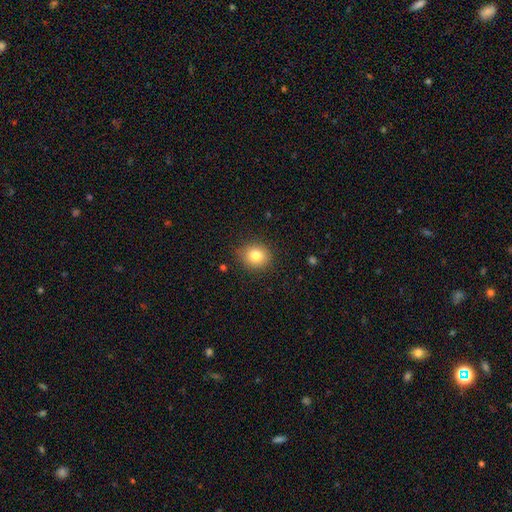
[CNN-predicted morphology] Smooth or featured: smooth — 81% (star or artifact — 11%)
How rounded: round — 79% (in between — 20%)
Merging: none — 87% (minor disturbance — 10%)